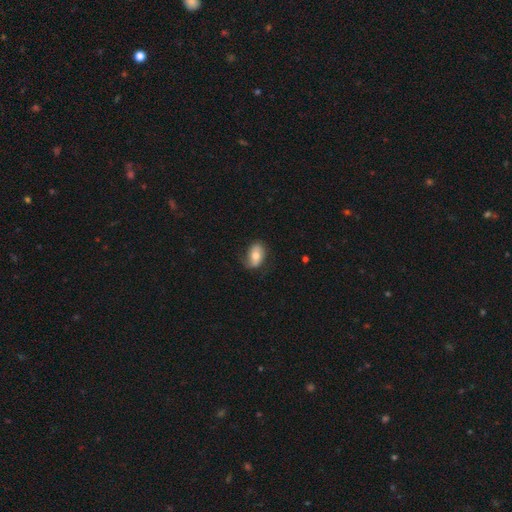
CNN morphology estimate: type=smooth (64%); roundness=in between (87%); merging=none (68%).